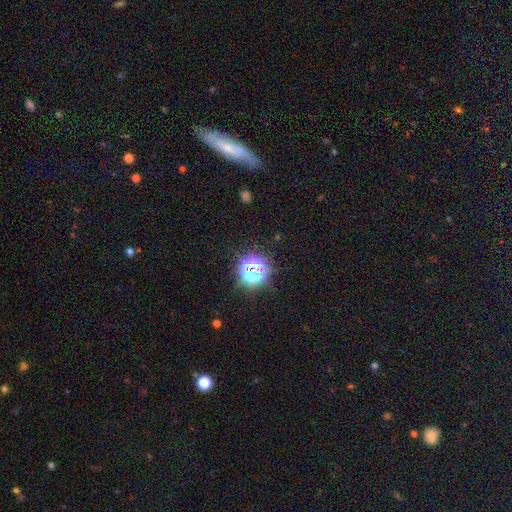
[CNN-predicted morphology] Q: Smooth or featured?
A: star or artifact (61%); runner-up: smooth (27%)